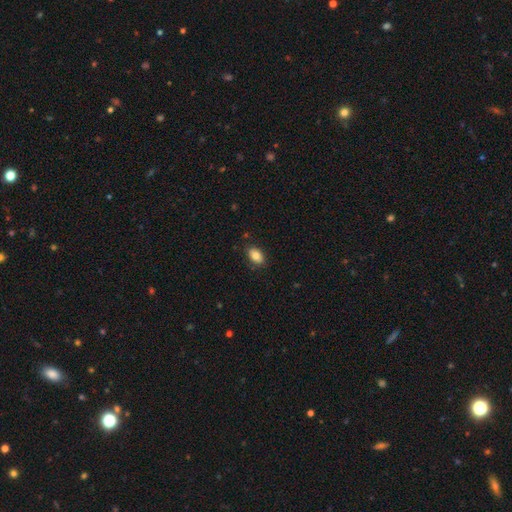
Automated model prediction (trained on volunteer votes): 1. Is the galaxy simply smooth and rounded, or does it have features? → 80% smooth, 12% featured or disk, 8% star or artifact.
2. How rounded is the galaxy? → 87% in between, 11% round, 1% cigar-shaped.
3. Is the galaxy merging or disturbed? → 83% none, 13% minor disturbance, 3% major disturbance, 1% merger.